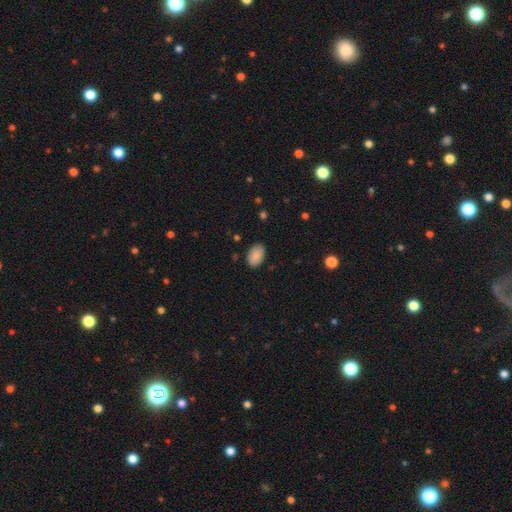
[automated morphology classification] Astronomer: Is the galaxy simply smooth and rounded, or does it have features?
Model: smooth — 88%.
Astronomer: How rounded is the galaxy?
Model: in between — 90%.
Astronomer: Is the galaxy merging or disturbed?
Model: none — 87%.